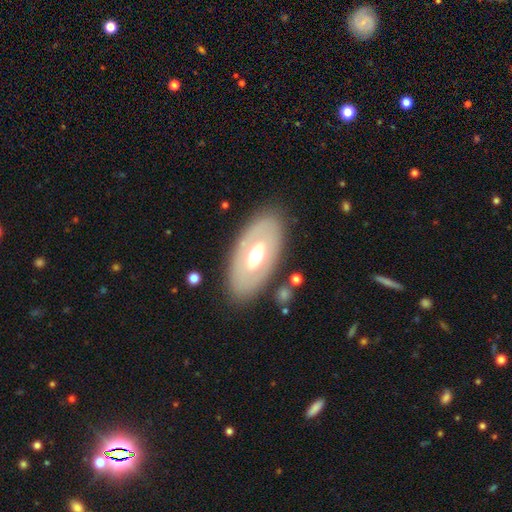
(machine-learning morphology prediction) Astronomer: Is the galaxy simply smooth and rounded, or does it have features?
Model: featured or disk — 54% (runner-up: smooth, 41%).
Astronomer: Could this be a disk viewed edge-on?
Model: no — 85%.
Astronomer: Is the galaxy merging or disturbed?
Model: none — 83%.